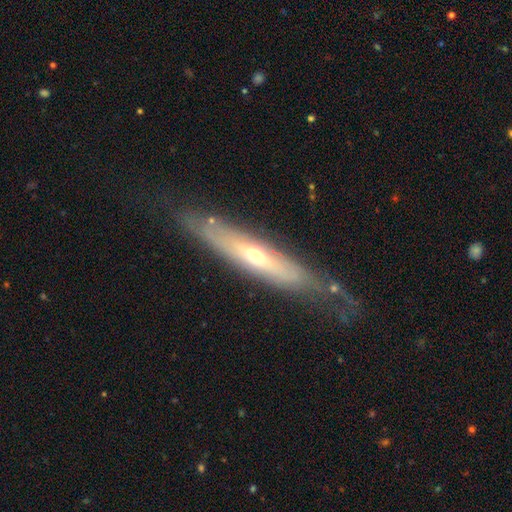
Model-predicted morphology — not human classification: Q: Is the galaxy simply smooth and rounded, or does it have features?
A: featured or disk — 65%.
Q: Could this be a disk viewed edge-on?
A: yes — 63%.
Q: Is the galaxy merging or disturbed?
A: none — 63%.